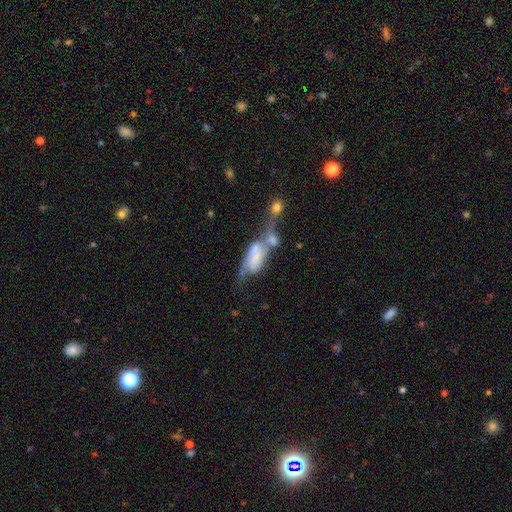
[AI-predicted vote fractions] smooth-or-featured: featured or disk: 49% | smooth: 42% | star or artifact: 9%
  merging: merger: 62% | major disturbance: 18% | none: 11% | minor disturbance: 9%